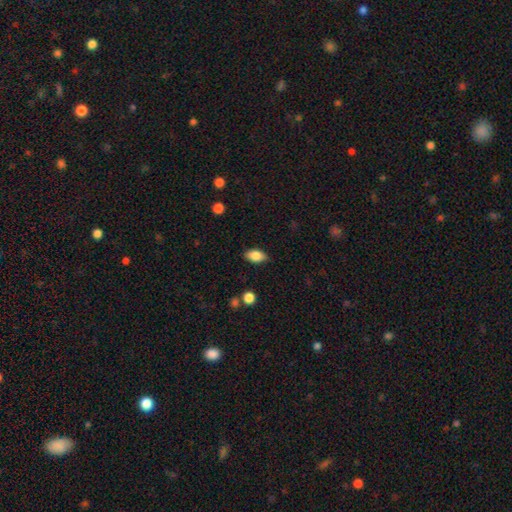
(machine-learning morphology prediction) Smooth or featured?
  - smooth: 84% *
  - featured or disk: 8%
  - star or artifact: 8%
How rounded?
  - in between: 90% *
  - round: 6%
  - cigar-shaped: 4%
Merging?
  - none: 84% *
  - minor disturbance: 12%
  - major disturbance: 3%
  - merger: 1%